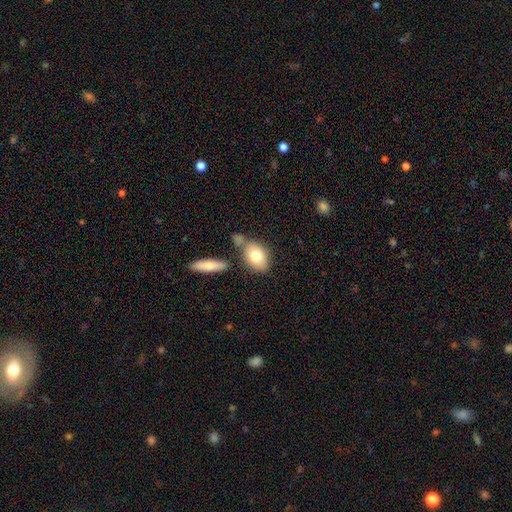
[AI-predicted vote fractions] Overall: smooth (77%). How rounded: in between (81%). Merging: none (60%; merger 22%).